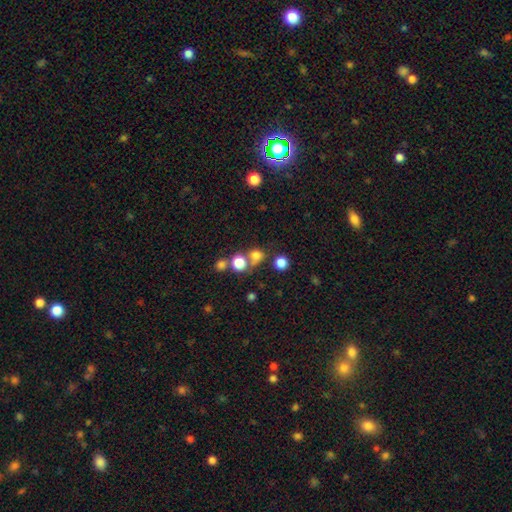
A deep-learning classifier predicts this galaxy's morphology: Smooth or featured?
  - smooth: 74% *
  - star or artifact: 18%
  - featured or disk: 8%
How rounded?
  - round: 85% *
  - in between: 14%
  - cigar-shaped: 1%
Merging?
  - none: 57% *
  - merger: 30%
  - minor disturbance: 8%
  - major disturbance: 5%